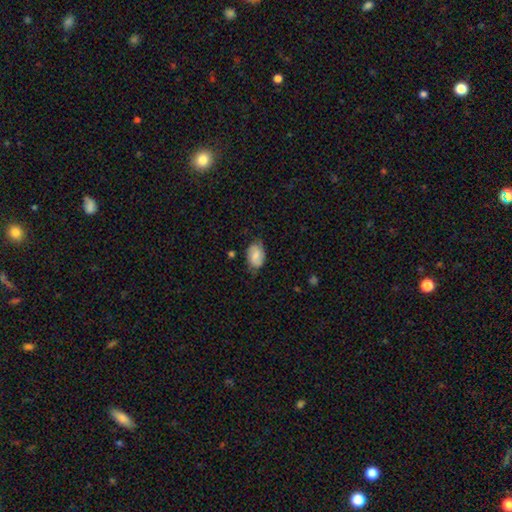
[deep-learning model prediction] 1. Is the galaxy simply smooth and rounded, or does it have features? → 67% smooth, 26% featured or disk, 7% star or artifact.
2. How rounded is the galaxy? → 86% in between, 12% round, 1% cigar-shaped.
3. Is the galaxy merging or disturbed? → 66% none, 26% minor disturbance, 6% major disturbance, 2% merger.